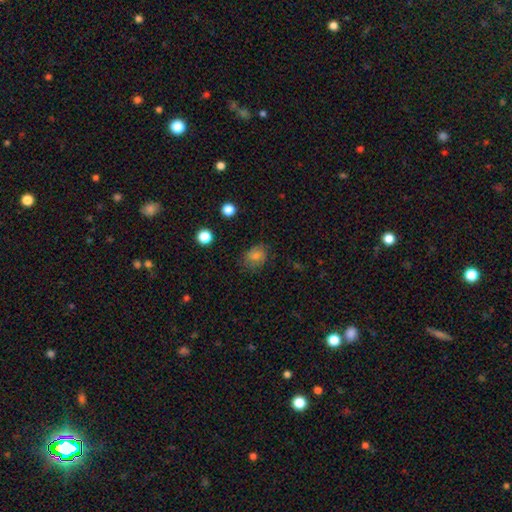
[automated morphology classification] Smooth or featured? Predicted: smooth (p=0.69). How rounded? Predicted: round (p=0.53). Merging? Predicted: none (p=0.77).